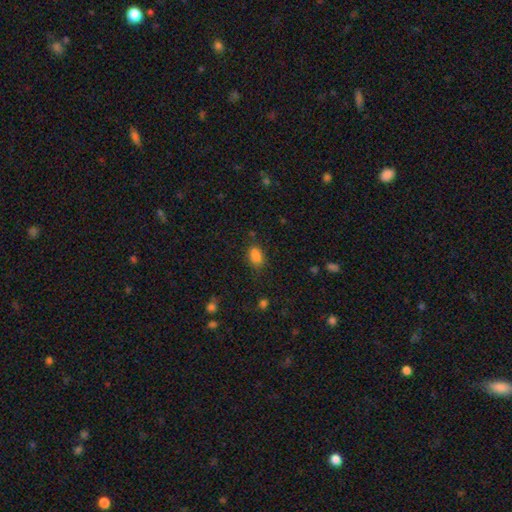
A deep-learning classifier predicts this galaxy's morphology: type=smooth (85%); roundness=in between (83%); merging=none (77%).